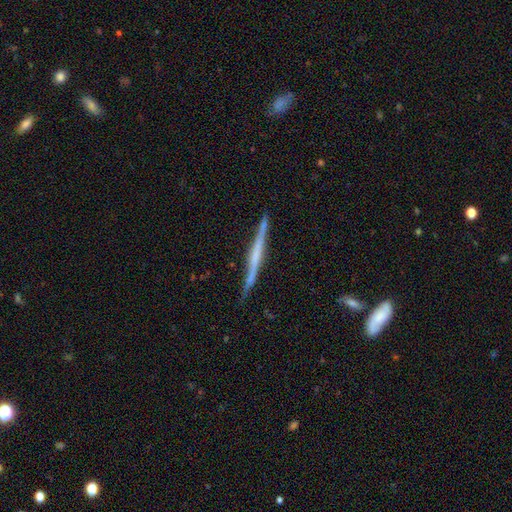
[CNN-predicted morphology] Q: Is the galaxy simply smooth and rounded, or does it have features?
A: featured or disk — 69%.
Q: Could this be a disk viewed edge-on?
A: yes — 98%.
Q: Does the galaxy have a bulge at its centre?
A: none — 57%.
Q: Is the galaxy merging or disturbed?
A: none — 85%.